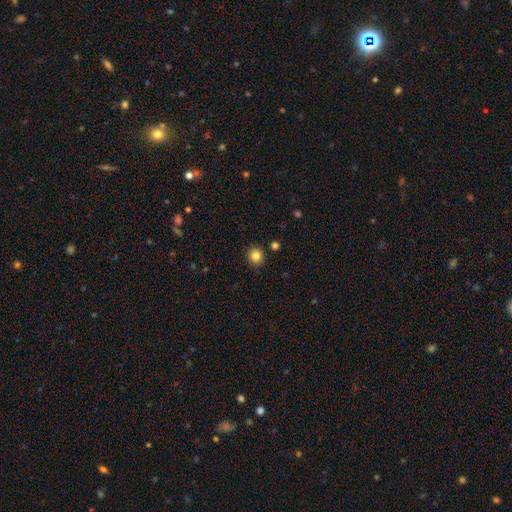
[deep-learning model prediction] The model was most divided on "smooth or featured": smooth: 83%, star or artifact: 11%, featured or disk: 5%. More confident: how rounded — round (90%); merging — none (90%).